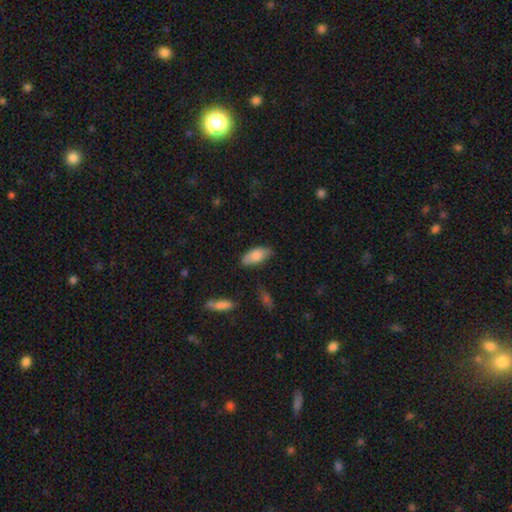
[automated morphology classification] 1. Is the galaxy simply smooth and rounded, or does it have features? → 81% smooth, 13% featured or disk, 6% star or artifact.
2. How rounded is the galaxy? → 88% in between, 10% cigar-shaped, 2% round.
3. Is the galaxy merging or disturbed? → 76% none, 19% minor disturbance, 3% major disturbance, 2% merger.